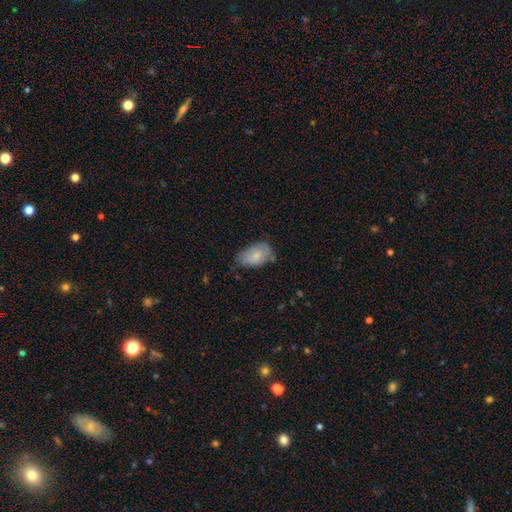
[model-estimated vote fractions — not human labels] This appears to be a smooth galaxy with no disk features (78%) that is in between round and cigar-shaped (92%). Merging: none (54%).